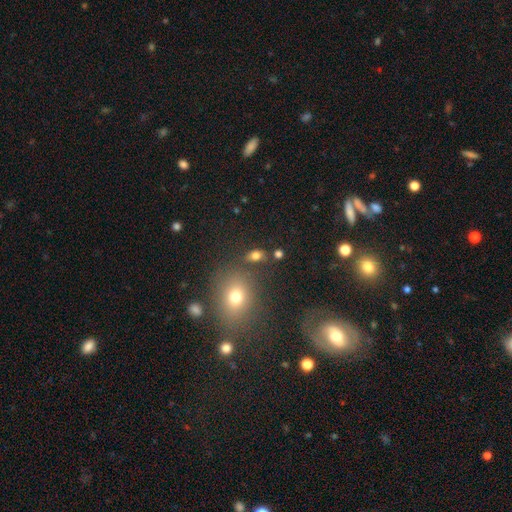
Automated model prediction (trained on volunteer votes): A smooth galaxy with no disk features (76%) that is in between round and cigar-shaped (76%). Merging: none (76%).